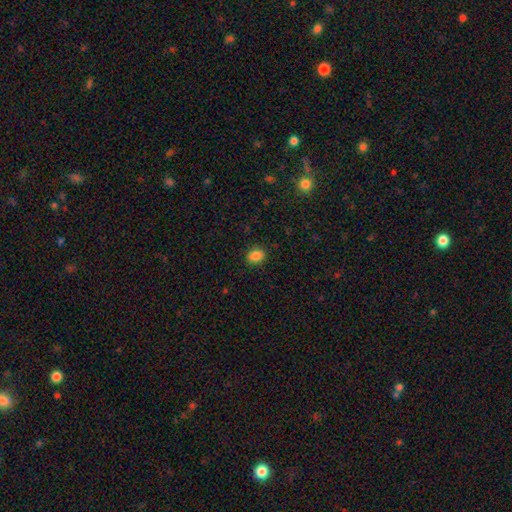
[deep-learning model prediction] smooth 86%, star or artifact 10%, featured or disk 4%. Down the decision tree: how rounded — in between (65%); merging — none (88%).